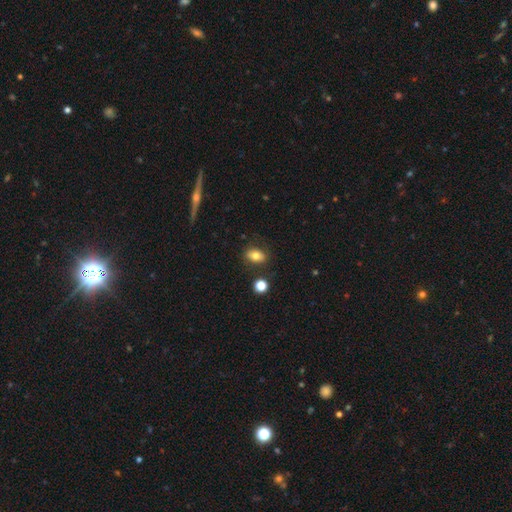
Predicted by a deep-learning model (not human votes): A smooth galaxy with no disk features (76%) that is in between round and cigar-shaped (76%). Merging: none (80%).